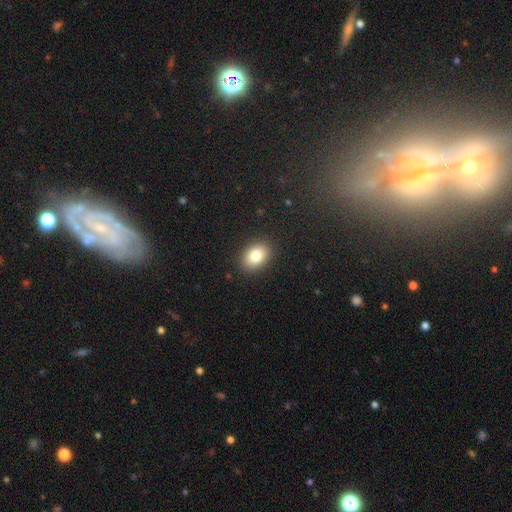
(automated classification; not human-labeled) Overall: smooth (81%). How rounded: in between (74%). Merging: none (89%).